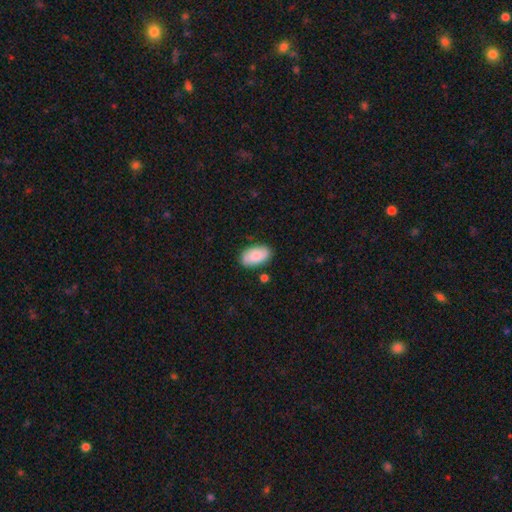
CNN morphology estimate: smooth 85%, featured or disk 9%, star or artifact 6%. Down the decision tree: how rounded — in between (95%); merging — none (83%).